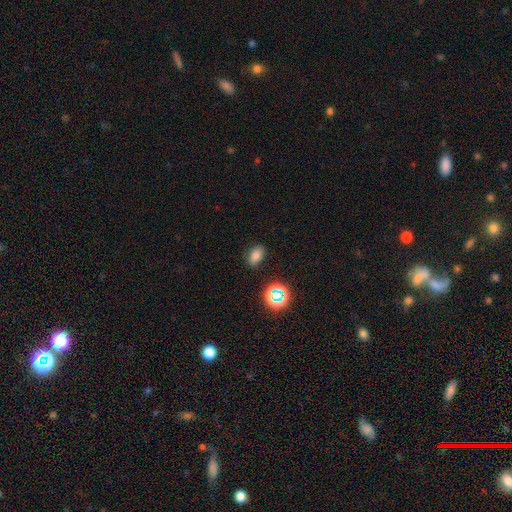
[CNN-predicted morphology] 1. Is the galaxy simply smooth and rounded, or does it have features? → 74% smooth, 18% star or artifact, 8% featured or disk.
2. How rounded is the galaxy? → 81% in between, 18% round, 1% cigar-shaped.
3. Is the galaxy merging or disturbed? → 86% none, 10% minor disturbance, 3% major disturbance, 2% merger.